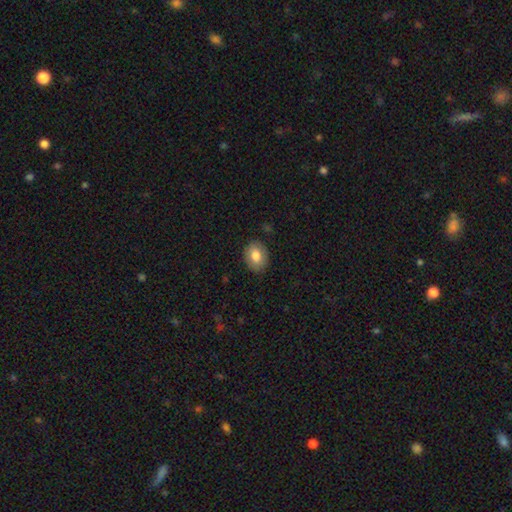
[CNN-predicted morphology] Q: Smooth or featured?
A: smooth (80%); runner-up: featured or disk (12%)
Q: How rounded?
A: in between (64%); runner-up: round (36%)
Q: Merging?
A: none (86%); runner-up: minor disturbance (10%)